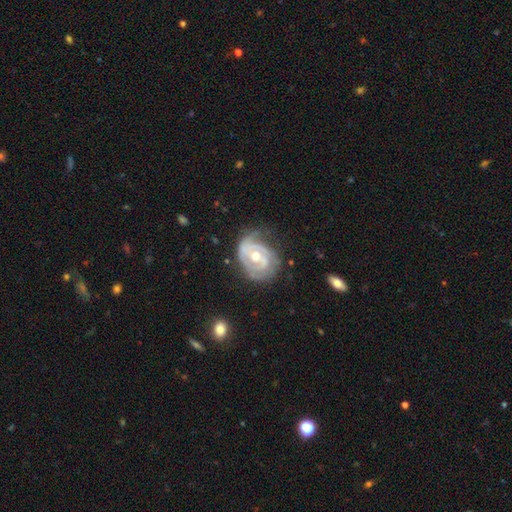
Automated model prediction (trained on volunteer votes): Morphology: type=featured or disk (81%); edge-on=no (97%); bar=no (58%); spiral arms=yes (84%); winding=tight (61%); arm count=2 (41%); bulge=moderate (73%); merging=none (51%).